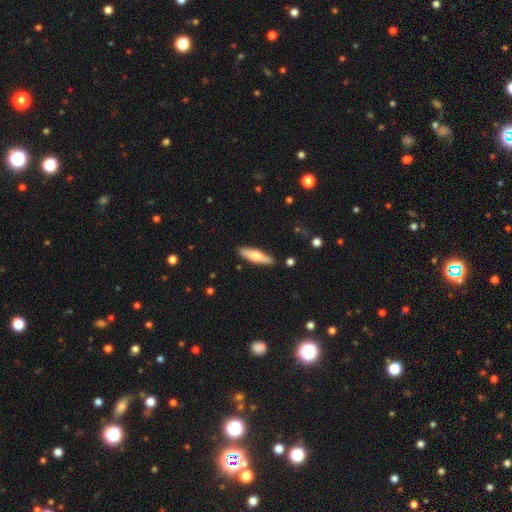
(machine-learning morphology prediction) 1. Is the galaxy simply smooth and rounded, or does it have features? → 66% smooth, 28% featured or disk, 5% star or artifact.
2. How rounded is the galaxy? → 65% cigar-shaped, 34% in between, 2% round.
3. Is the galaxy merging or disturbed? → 88% none, 9% minor disturbance, 2% major disturbance, 2% merger.